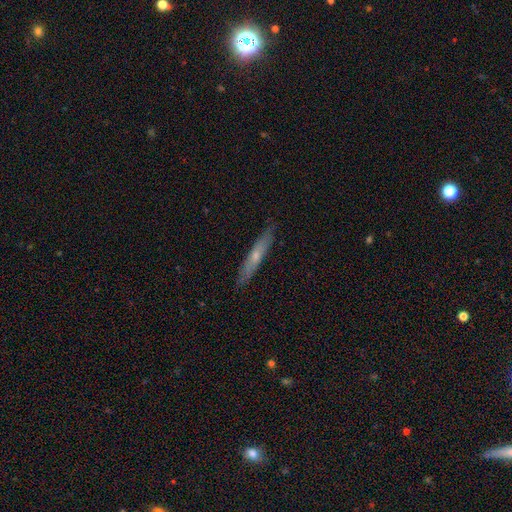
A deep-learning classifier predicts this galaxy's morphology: Smooth or featured? Predicted: smooth (p=0.49). Merging? Predicted: none (p=0.87).